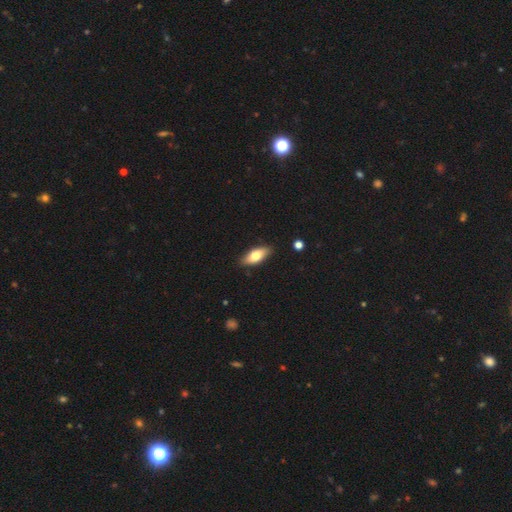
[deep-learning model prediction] smooth_or_featured: smooth (p=0.72) [alt: featured or disk p=0.21]
how_rounded: in between (p=0.80) [alt: cigar-shaped p=0.18]
merging: none (p=0.86) [alt: minor disturbance p=0.11]